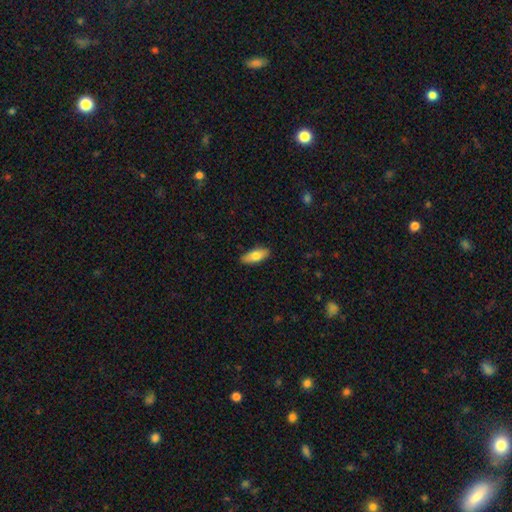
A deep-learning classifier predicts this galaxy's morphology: A smooth galaxy with no disk features (77%) that is in between round and cigar-shaped (78%). Merging: none (88%).